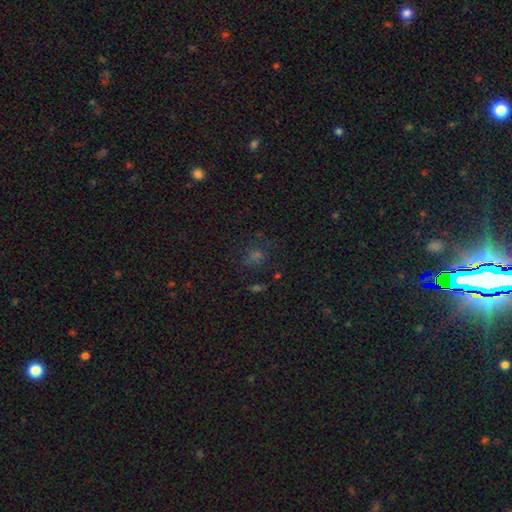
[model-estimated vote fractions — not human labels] Smooth or featured?
  - smooth: 44% *
  - star or artifact: 43%
  - featured or disk: 13%
Merging?
  - none: 69% *
  - minor disturbance: 17%
  - major disturbance: 11%
  - merger: 4%